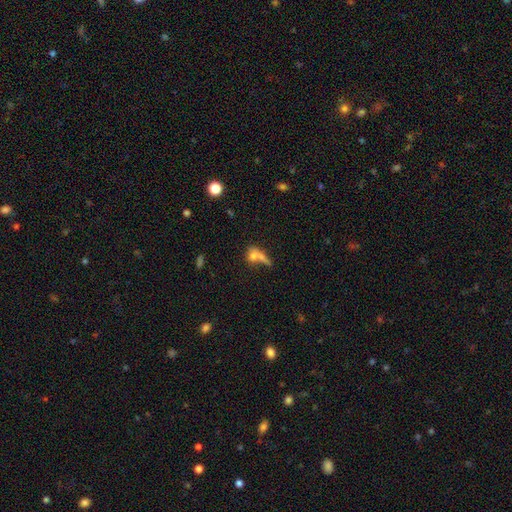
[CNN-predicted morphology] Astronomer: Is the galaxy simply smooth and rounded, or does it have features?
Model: smooth — 64%.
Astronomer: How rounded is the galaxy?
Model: round — 41% (runner-up: in between, 40%).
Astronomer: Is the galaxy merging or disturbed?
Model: merger — 46% (runner-up: none, 32%).